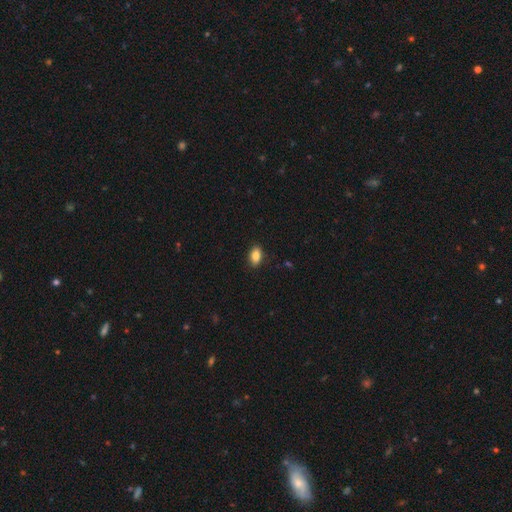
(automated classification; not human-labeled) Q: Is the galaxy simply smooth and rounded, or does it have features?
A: smooth — 86%.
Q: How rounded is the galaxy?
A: in between — 87%.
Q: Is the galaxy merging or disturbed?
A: none — 88%.